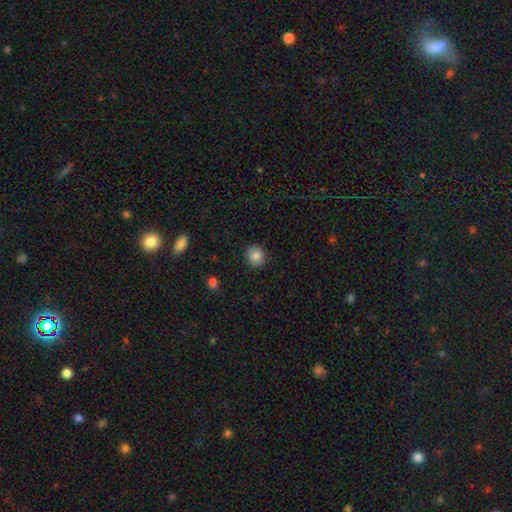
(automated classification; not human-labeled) Smooth or featured? smooth (83%)
How rounded? round (86%)
Merging? none (91%)